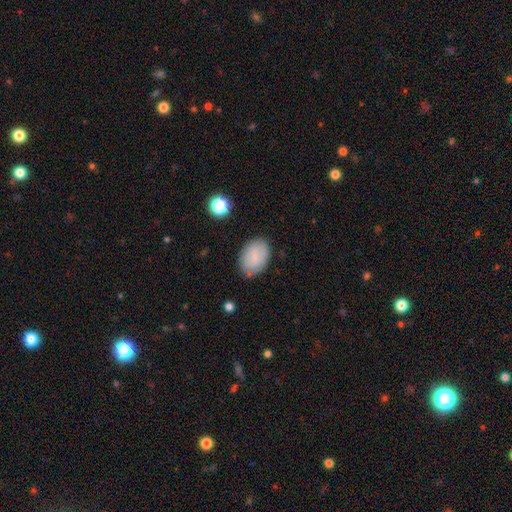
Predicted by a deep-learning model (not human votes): A smooth galaxy with no disk features (76%) that is in between round and cigar-shaped (86%). Merging: none (80%).